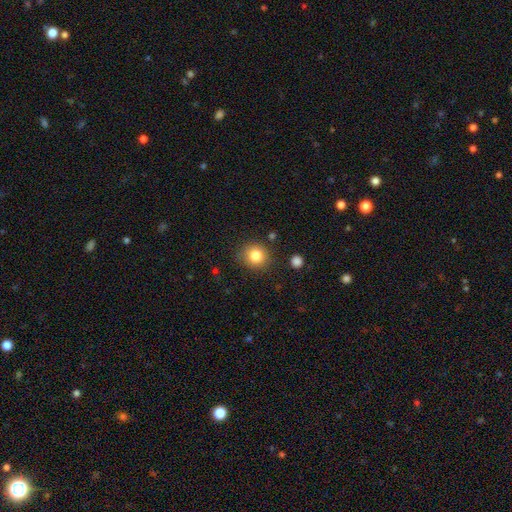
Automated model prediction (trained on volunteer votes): A smooth galaxy with no disk features (82%) that is round (87%).

Vote fractions:
- Smooth or featured? smooth: 82% / star or artifact: 11% / featured or disk: 7%
- How rounded? round: 87% / in between: 13% / cigar-shaped: 1%
- Merging? none: 83% / minor disturbance: 11% / major disturbance: 3% / merger: 3%